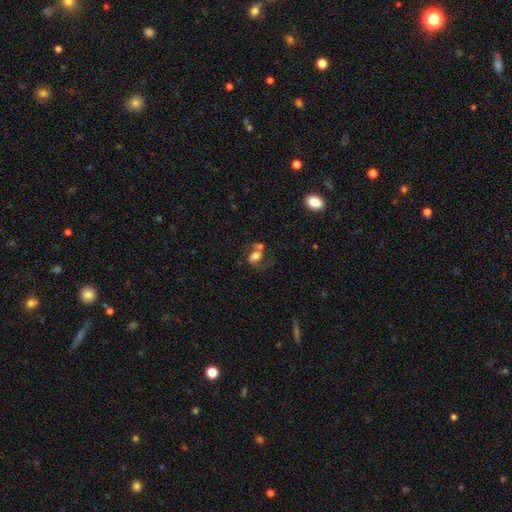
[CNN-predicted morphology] Smooth or featured?
  - smooth: 59% *
  - featured or disk: 29%
  - star or artifact: 12%
How rounded?
  - in between: 68% *
  - round: 30%
  - cigar-shaped: 2%
Merging?
  - merger: 36% *
  - none: 34%
  - minor disturbance: 16%
  - major disturbance: 14%